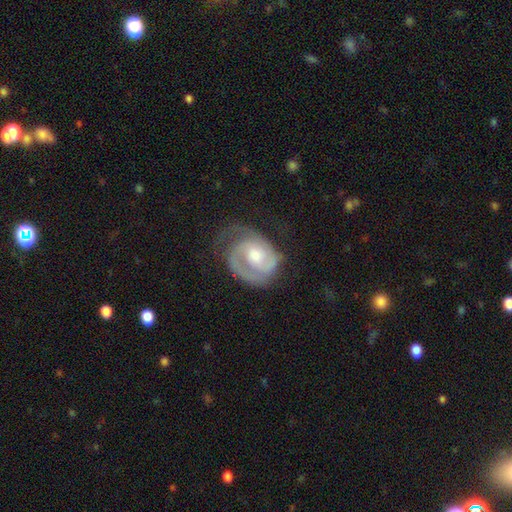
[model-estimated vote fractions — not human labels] This is clearly a featured or disk galaxy (84%). It is clearly not viewed edge-on (98%). Bar: possibly no (57%). Spiral arm pattern: clearly yes (95%). Spiral arm count: possibly 2 (47%). Spiral winding: possibly tight (55%). Central bulge: likely moderate (61%). Merging: possibly none (58%).